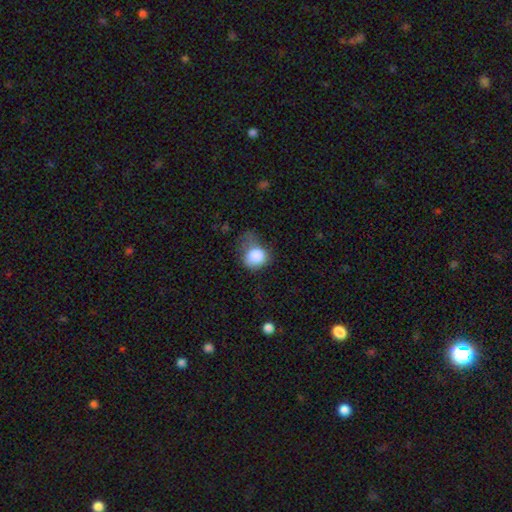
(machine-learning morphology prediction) Smooth or featured? Predicted: smooth (p=0.84). How rounded? Predicted: round (p=0.66). Merging? Predicted: minor disturbance (p=0.35).